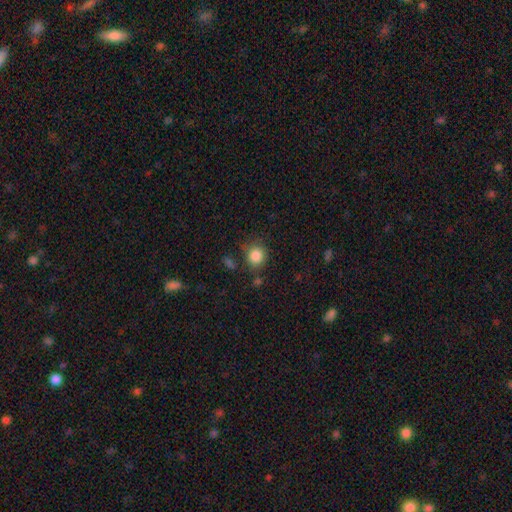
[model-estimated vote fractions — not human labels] The model was most divided on "merging": none: 74%, minor disturbance: 15%, merger: 6%, major disturbance: 5%. More confident: smooth or featured — smooth (85%); how rounded — round (82%).